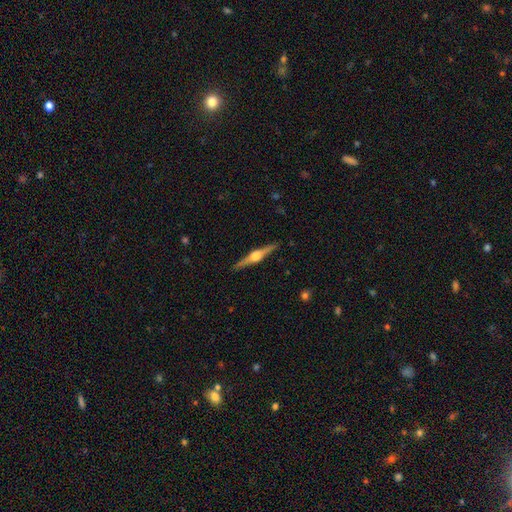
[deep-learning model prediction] Q: Smooth or featured?
A: featured or disk (83%); runner-up: smooth (11%)
Q: Edge-on disk?
A: yes (98%); runner-up: no (2%)
Q: Edge-on bulge?
A: rounded (92%); runner-up: boxy (6%)
Q: Merging?
A: none (92%); runner-up: minor disturbance (6%)